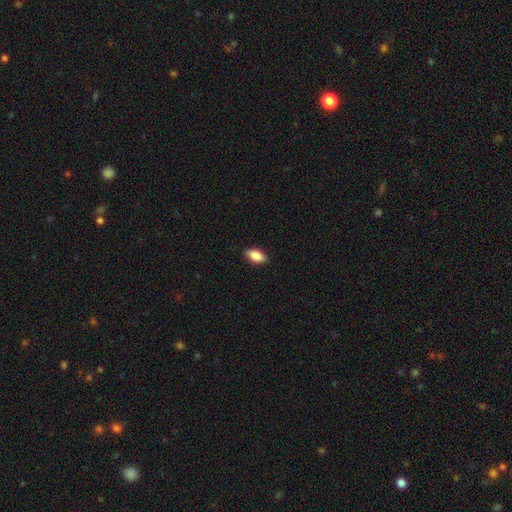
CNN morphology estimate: Q: Smooth or featured?
A: smooth (83%); runner-up: featured or disk (10%)
Q: How rounded?
A: in between (89%); runner-up: cigar-shaped (8%)
Q: Merging?
A: none (87%); runner-up: minor disturbance (10%)